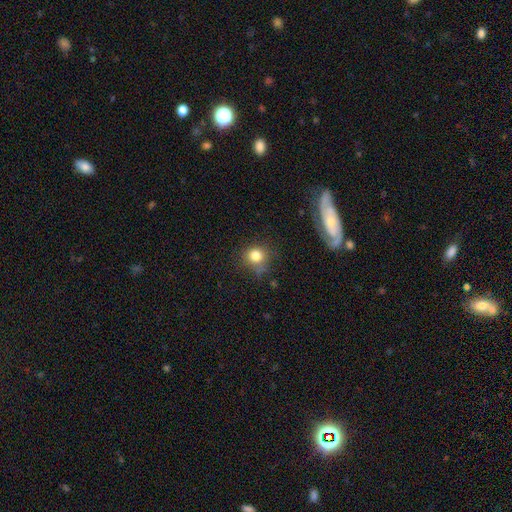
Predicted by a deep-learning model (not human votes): smooth_or_featured: smooth (p=0.81) [alt: star or artifact p=0.12]
how_rounded: round (p=0.85) [alt: in between p=0.13]
merging: none (p=0.71) [alt: minor disturbance p=0.19]